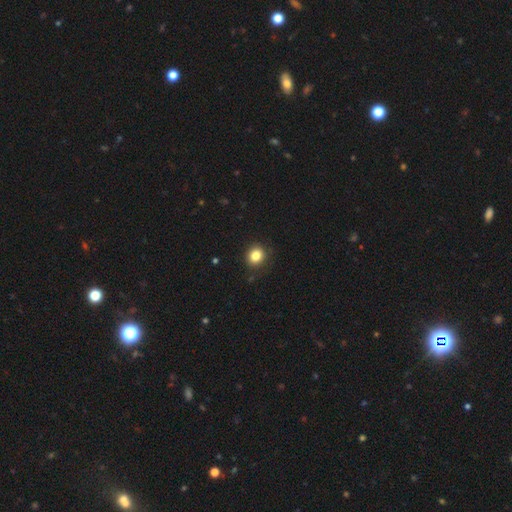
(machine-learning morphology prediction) Smooth or featured? smooth (84%)
How rounded? round (79%)
Merging? none (88%)